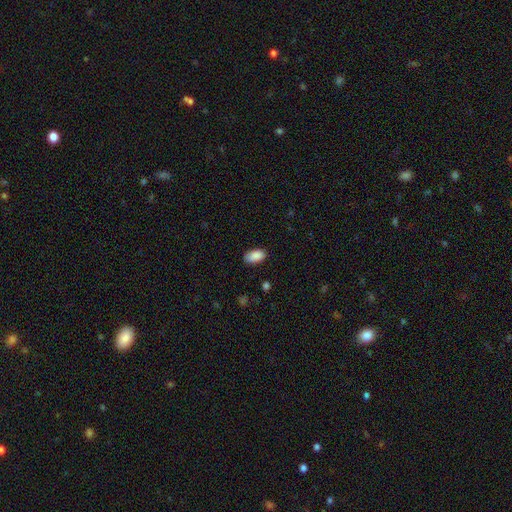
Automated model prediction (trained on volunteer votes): Smooth or featured: smooth — 89% (star or artifact — 7%)
How rounded: in between — 94% (round — 3%)
Merging: none — 84% (minor disturbance — 13%)